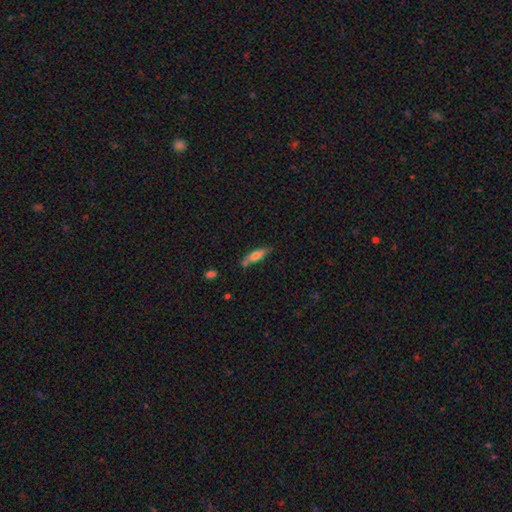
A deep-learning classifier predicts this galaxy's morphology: smooth_or_featured: smooth (p=0.69) [alt: featured or disk p=0.24]
how_rounded: cigar-shaped (p=0.61) [alt: in between p=0.37]
merging: none (p=0.65) [alt: minor disturbance p=0.19]